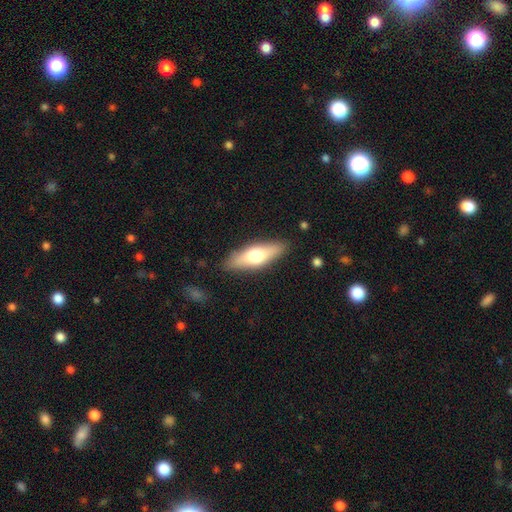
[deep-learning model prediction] This appears to be a smooth galaxy with no disk features (59%) that is in between round and cigar-shaped (50%). Merging: none (86%).